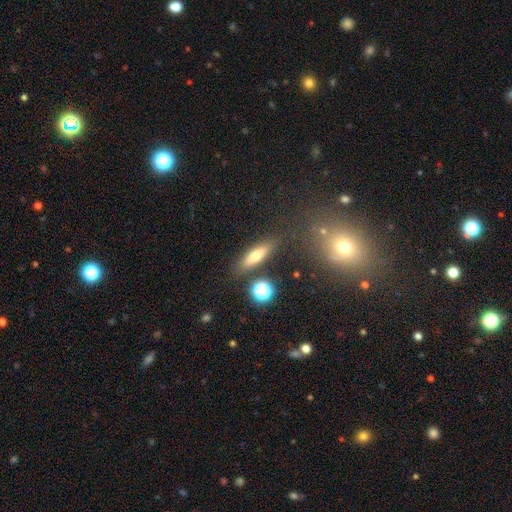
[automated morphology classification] This is likely a smooth galaxy (63%). How rounded: possibly cigar-shaped (57%). Merging: clearly none (82%).